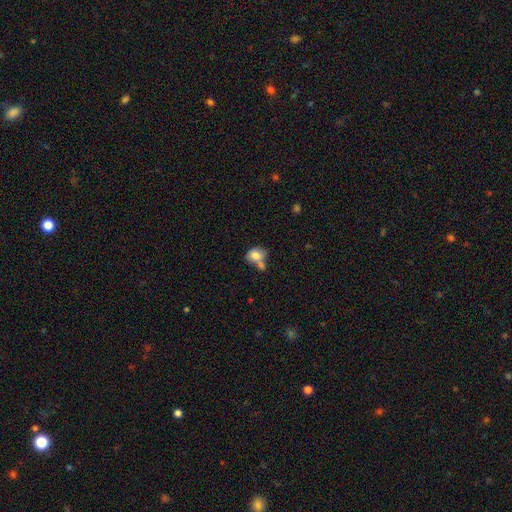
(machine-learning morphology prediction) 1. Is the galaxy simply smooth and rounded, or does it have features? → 76% smooth, 15% featured or disk, 9% star or artifact.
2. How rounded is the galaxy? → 57% in between, 41% round, 1% cigar-shaped.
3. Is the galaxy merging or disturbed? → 38% merger, 36% none, 18% minor disturbance, 8% major disturbance.